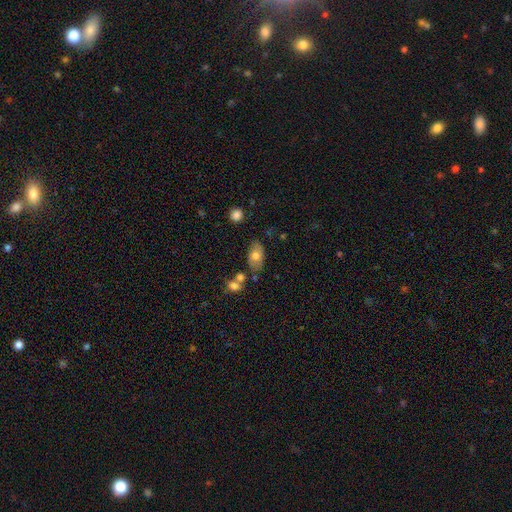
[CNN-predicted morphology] Smooth or featured? Predicted: smooth (p=0.70). How rounded? Predicted: in between (p=0.90). Merging? Predicted: none (p=0.71).